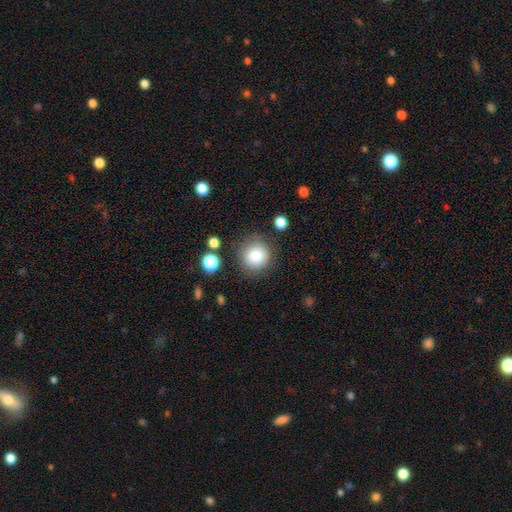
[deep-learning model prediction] A smooth galaxy with no disk features (80%) that is round (93%).

Vote fractions:
- Smooth or featured? smooth: 80% / star or artifact: 11% / featured or disk: 9%
- How rounded? round: 93% / in between: 6% / cigar-shaped: 1%
- Merging? none: 83% / minor disturbance: 11% / major disturbance: 4% / merger: 3%